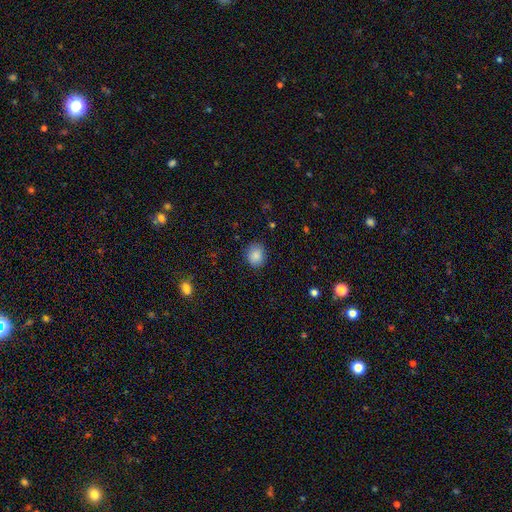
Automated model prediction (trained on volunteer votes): Smooth or featured: smooth — 87% (star or artifact — 9%)
How rounded: round — 68% (in between — 31%)
Merging: none — 84% (minor disturbance — 12%)